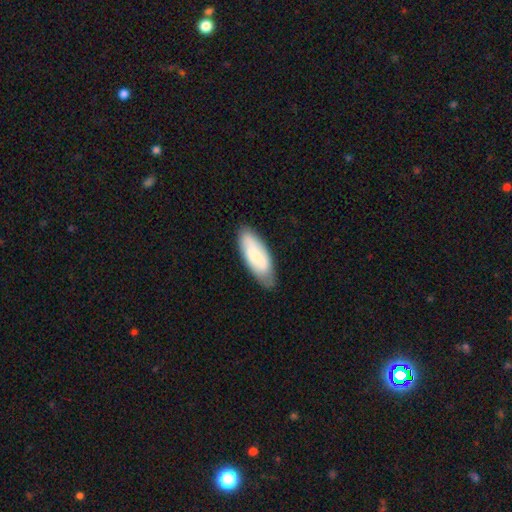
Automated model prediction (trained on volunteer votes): Smooth or featured?
  - smooth: 74% *
  - featured or disk: 20%
  - star or artifact: 6%
How rounded?
  - in between: 73% *
  - cigar-shaped: 25%
  - round: 2%
Merging?
  - none: 74% *
  - minor disturbance: 21%
  - major disturbance: 4%
  - merger: 1%